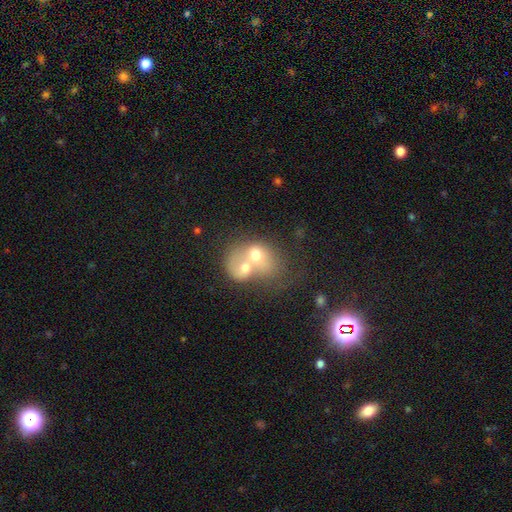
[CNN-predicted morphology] This is possibly a smooth galaxy (55%). How rounded: possibly round (51%). Merging: likely merger (80%).